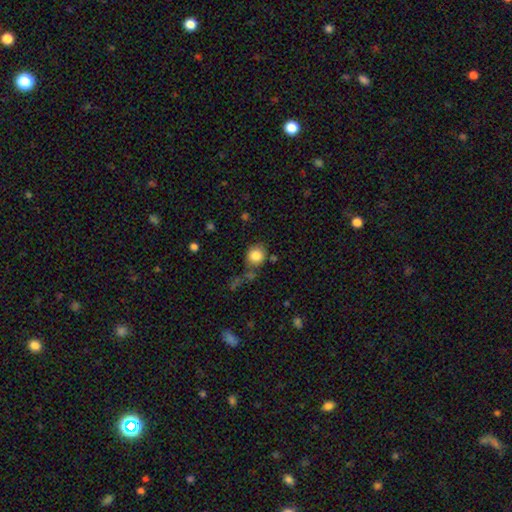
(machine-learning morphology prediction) The model was most divided on "merging": none: 67%, minor disturbance: 16%, merger: 10%, major disturbance: 7%. More confident: smooth or featured — smooth (85%); how rounded — round (83%).